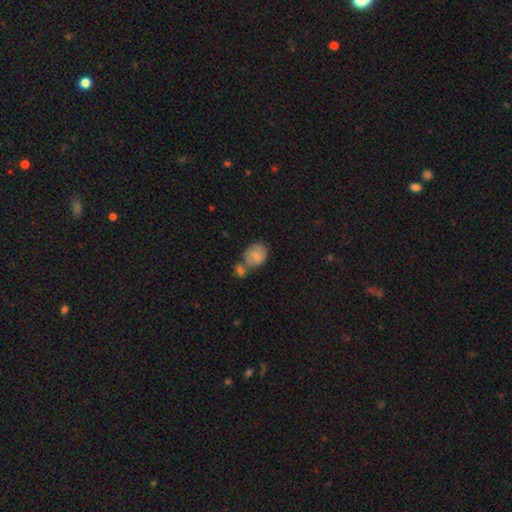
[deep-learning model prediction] Smooth or featured? Predicted: smooth (p=0.74). How rounded? Predicted: in between (p=0.52). Merging? Predicted: merger (p=0.44).